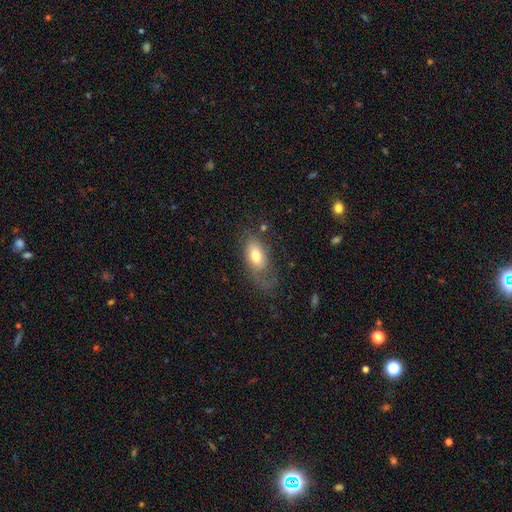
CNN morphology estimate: Smooth or featured?
  - smooth: 69% *
  - featured or disk: 23%
  - star or artifact: 8%
How rounded?
  - in between: 89% *
  - round: 6%
  - cigar-shaped: 5%
Merging?
  - none: 47% *
  - minor disturbance: 26%
  - major disturbance: 24%
  - merger: 3%